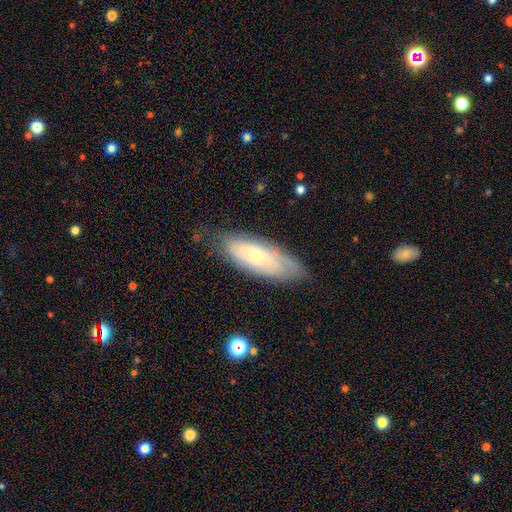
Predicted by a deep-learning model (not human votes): smooth-or-featured: featured or disk: 47% | smooth: 45% | star or artifact: 7%
  merging: none: 70% | minor disturbance: 23% | major disturbance: 6% | merger: 2%